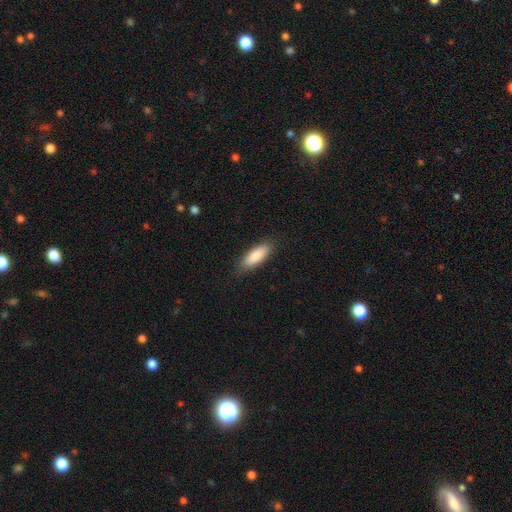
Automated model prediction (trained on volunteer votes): A smooth galaxy with no disk features (87%) that is in between round and cigar-shaped (63%). Merging: none (85%).